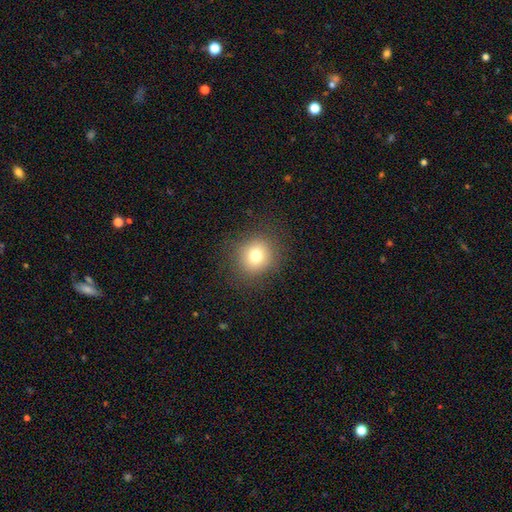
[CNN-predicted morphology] smooth-or-featured: smooth: 77% | star or artifact: 13% | featured or disk: 10%
  how-rounded: round: 86% | in between: 13% | cigar-shaped: 1%
  merging: none: 87% | minor disturbance: 8% | major disturbance: 4% | merger: 1%